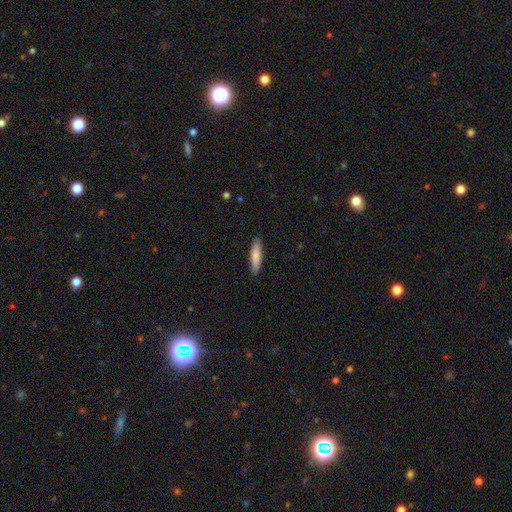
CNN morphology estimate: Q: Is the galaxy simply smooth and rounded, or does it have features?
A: smooth — 82%.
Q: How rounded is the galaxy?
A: cigar-shaped — 80%.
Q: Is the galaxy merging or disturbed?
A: none — 90%.